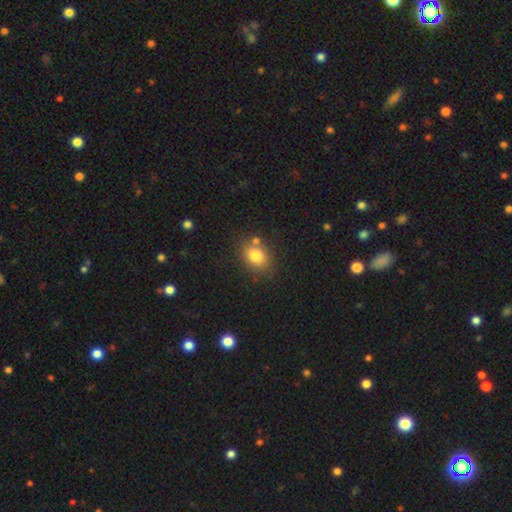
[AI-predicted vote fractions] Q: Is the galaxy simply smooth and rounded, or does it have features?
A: smooth — 80%.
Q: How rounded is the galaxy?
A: in between — 63%.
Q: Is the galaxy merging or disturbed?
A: none — 70%.